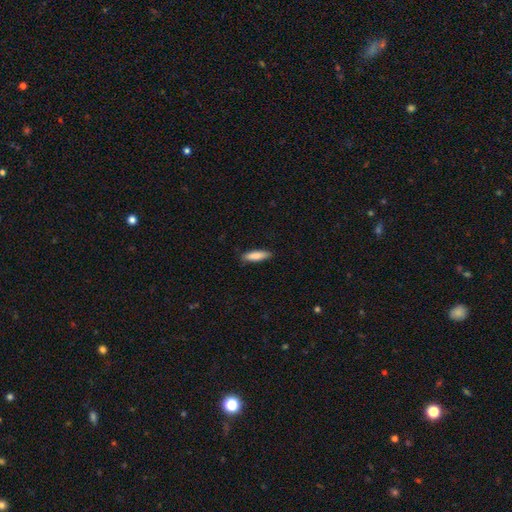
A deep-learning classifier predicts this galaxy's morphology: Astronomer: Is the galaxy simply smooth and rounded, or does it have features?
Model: smooth — 85%.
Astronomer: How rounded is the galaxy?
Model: cigar-shaped — 63%.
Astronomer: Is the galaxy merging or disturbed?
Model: none — 86%.